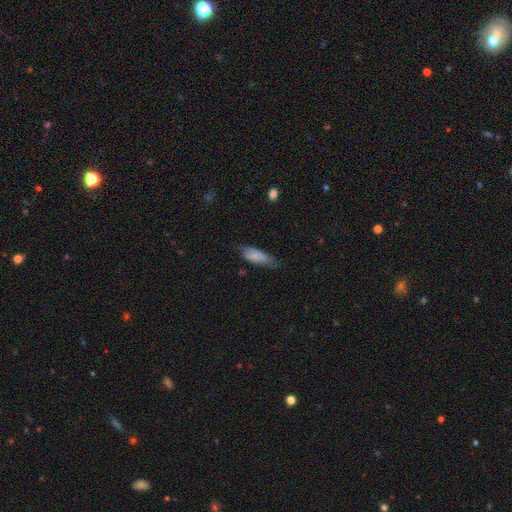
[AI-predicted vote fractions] Smooth or featured: smooth — 77% (featured or disk — 17%)
How rounded: in between — 66% (cigar-shaped — 32%)
Merging: none — 52% (minor disturbance — 35%)